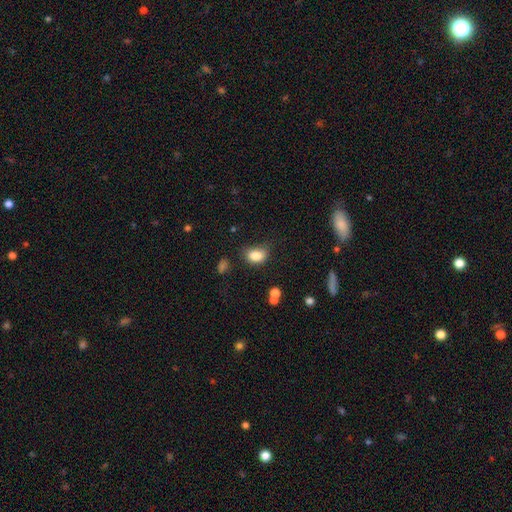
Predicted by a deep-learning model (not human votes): smooth-or-featured: smooth: 83% | star or artifact: 10% | featured or disk: 7%
  how-rounded: in between: 76% | round: 22% | cigar-shaped: 1%
  merging: none: 54% | minor disturbance: 31% | major disturbance: 11% | merger: 4%